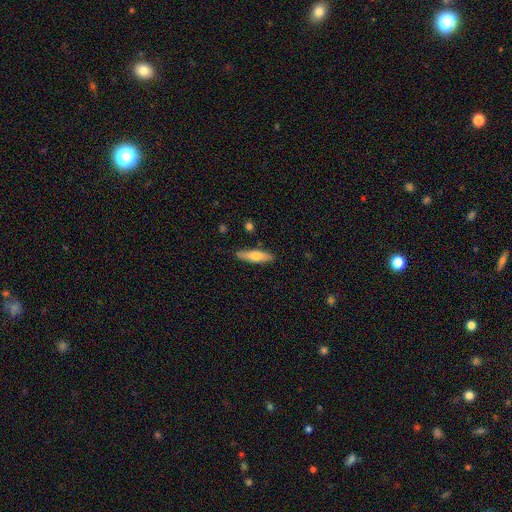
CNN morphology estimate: This is likely a smooth galaxy (67%). How rounded: likely cigar-shaped (66%). Merging: clearly none (85%).